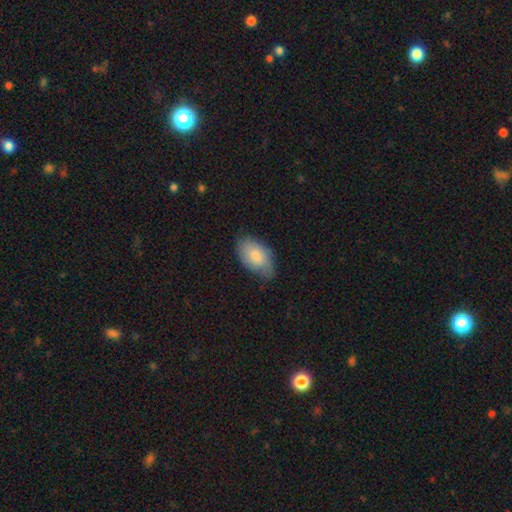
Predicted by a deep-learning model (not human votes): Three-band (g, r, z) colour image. It shows a smooth galaxy with no disk features (73%) that is in between round and cigar-shaped (93%). Merging: none (65%).